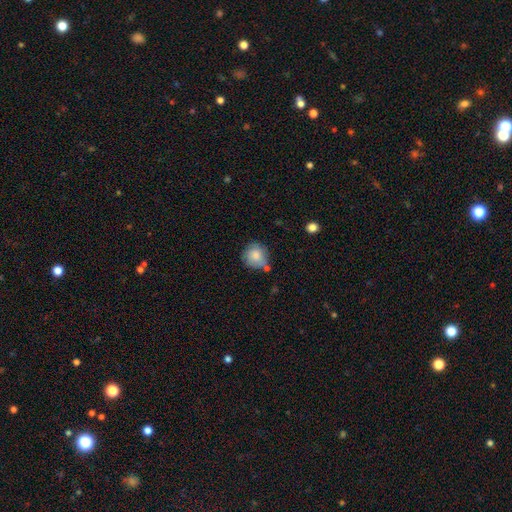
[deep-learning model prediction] This is clearly a smooth galaxy (80%). How rounded: clearly round (86%). Merging: likely none (61%).